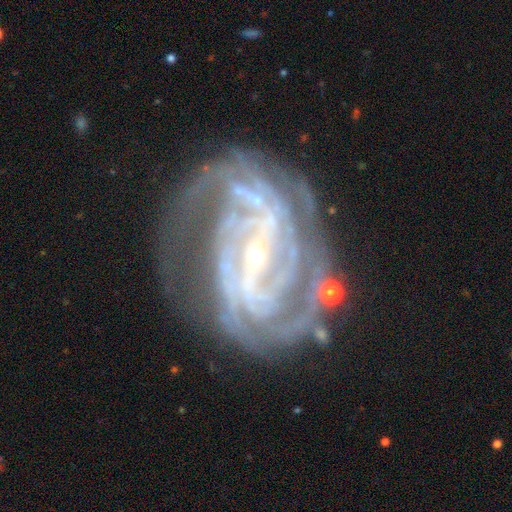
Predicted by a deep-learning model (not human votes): featured or disk 92%, star or artifact 5%, smooth 3%. Down the decision tree: edge-on disk — no (97%); bar — strong (56%); spiral arms — yes (97%); spiral arm count — 2 (23%); spiral winding — tight (61%); bulge size — small (78%); merging — none (59%).